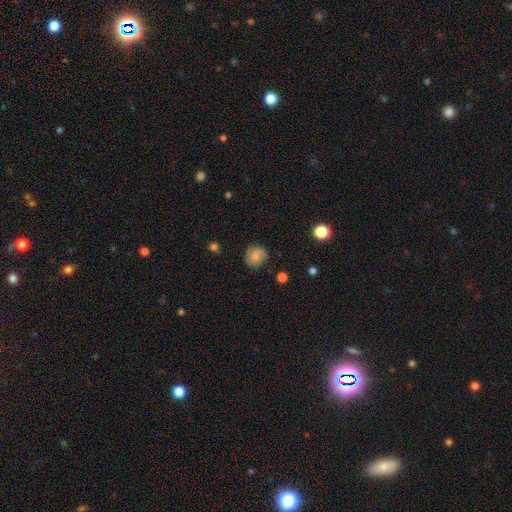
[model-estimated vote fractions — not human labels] Smooth or featured? Predicted: smooth (p=0.70). How rounded? Predicted: round (p=0.86). Merging? Predicted: none (p=0.76).